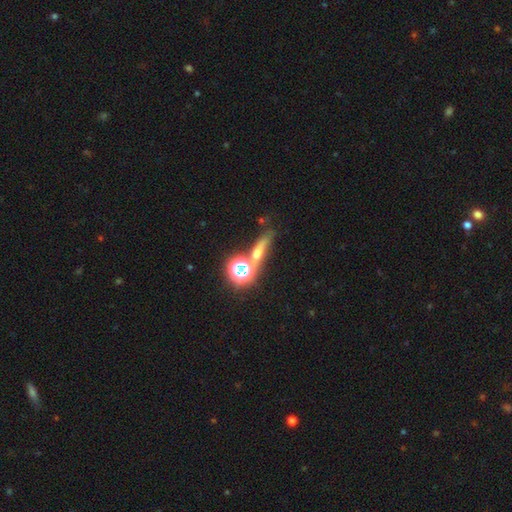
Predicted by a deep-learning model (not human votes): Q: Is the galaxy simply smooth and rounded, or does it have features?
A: smooth — 38%.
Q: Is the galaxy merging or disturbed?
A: none — 54%.